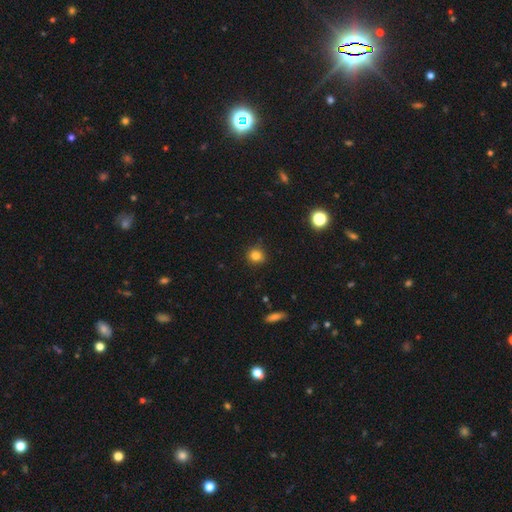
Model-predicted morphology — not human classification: Overall: smooth (82%). How rounded: round (85%). Merging: none (85%).